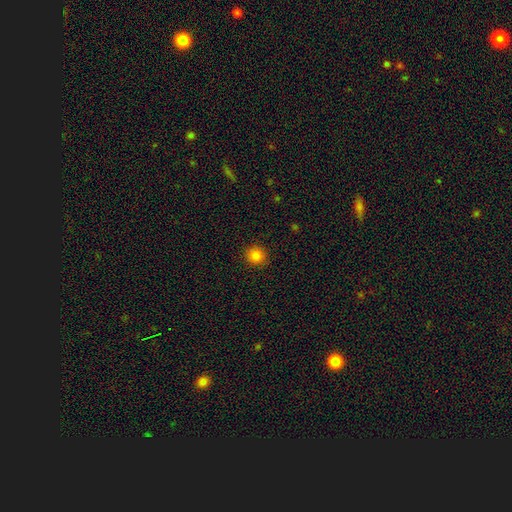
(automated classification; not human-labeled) Overall: smooth (84%). How rounded: round (90%). Merging: none (91%).